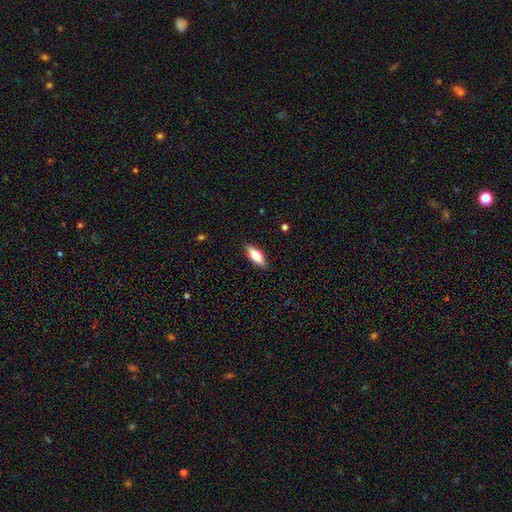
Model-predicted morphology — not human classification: Q: Smooth or featured?
A: smooth (66%); runner-up: featured or disk (27%)
Q: How rounded?
A: in between (67%); runner-up: cigar-shaped (30%)
Q: Merging?
A: none (89%); runner-up: minor disturbance (8%)